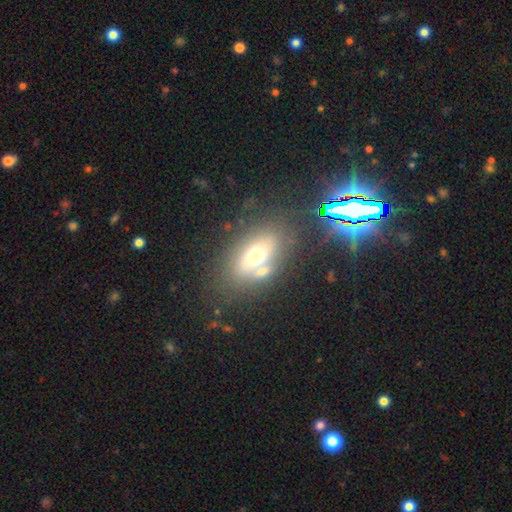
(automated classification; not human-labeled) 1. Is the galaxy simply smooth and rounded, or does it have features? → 55% smooth, 29% featured or disk, 16% star or artifact.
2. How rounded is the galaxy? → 81% in between, 13% round, 6% cigar-shaped.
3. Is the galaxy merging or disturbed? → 60% none, 19% merger, 14% minor disturbance, 7% major disturbance.